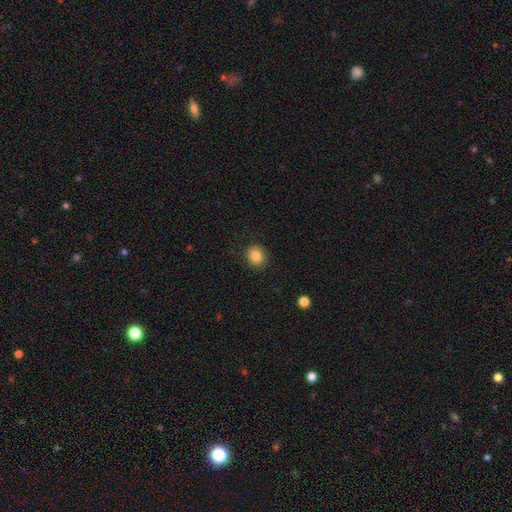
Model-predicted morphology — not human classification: A smooth galaxy with no disk features (85%) that is round (69%). Merging: none (90%).